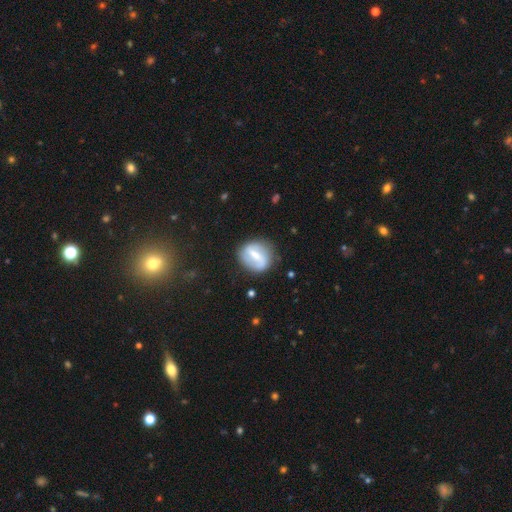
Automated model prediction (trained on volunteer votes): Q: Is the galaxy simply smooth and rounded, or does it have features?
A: featured or disk — 62%.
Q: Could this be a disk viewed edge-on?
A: no — 95%.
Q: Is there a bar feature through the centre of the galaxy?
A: strong — 56%.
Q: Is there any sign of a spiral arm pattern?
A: yes — 64%.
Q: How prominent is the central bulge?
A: small — 43%.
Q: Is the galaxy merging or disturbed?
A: none — 74%.